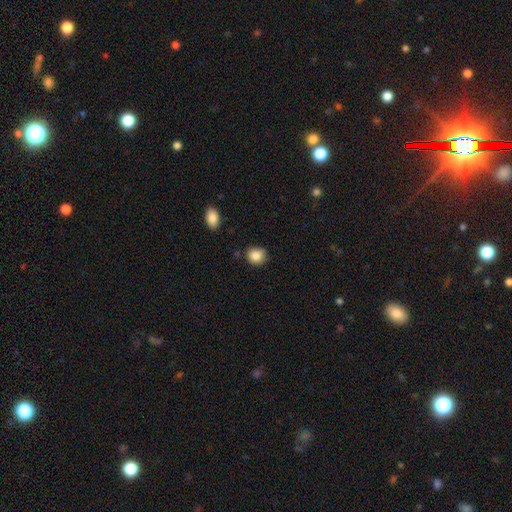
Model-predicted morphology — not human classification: Smooth or featured? Predicted: smooth (p=0.86). How rounded? Predicted: round (p=0.78). Merging? Predicted: none (p=0.79).